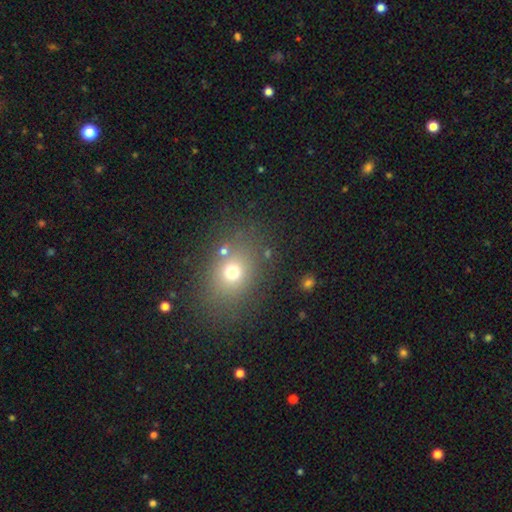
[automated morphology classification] Q: Smooth or featured?
A: smooth (59%); runner-up: star or artifact (31%)
Q: How rounded?
A: in between (52%); runner-up: round (47%)
Q: Merging?
A: none (84%); runner-up: minor disturbance (9%)